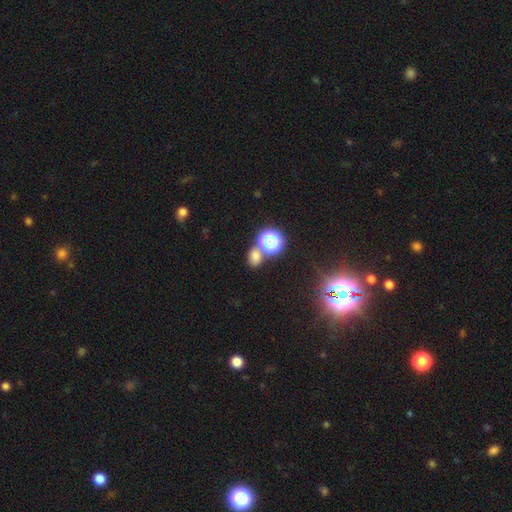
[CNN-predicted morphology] A smooth galaxy with no disk features (69%) that is in between round and cigar-shaped (50%).

Vote fractions:
- Smooth or featured? smooth: 69% / star or artifact: 24% / featured or disk: 7%
- How rounded? in between: 50% / round: 49% / cigar-shaped: 1%
- Merging? none: 60% / merger: 26% / minor disturbance: 10% / major disturbance: 4%